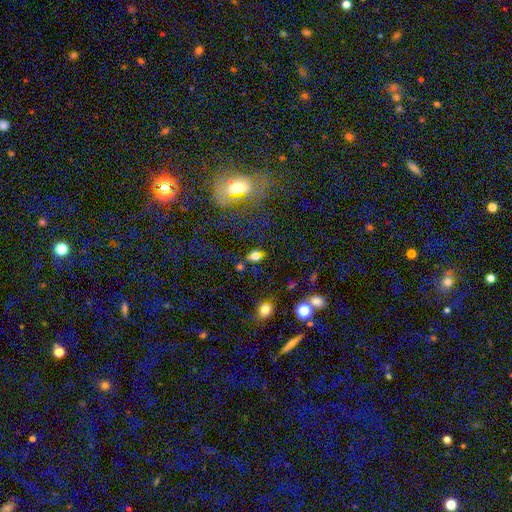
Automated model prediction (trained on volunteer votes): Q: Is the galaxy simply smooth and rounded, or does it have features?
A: smooth — 74%.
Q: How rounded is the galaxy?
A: in between — 64%.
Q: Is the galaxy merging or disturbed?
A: none — 65%.